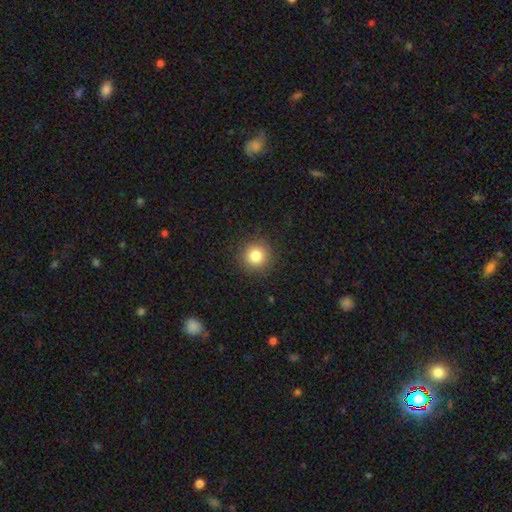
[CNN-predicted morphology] Overall: smooth (83%). How rounded: round (94%). Merging: none (90%).